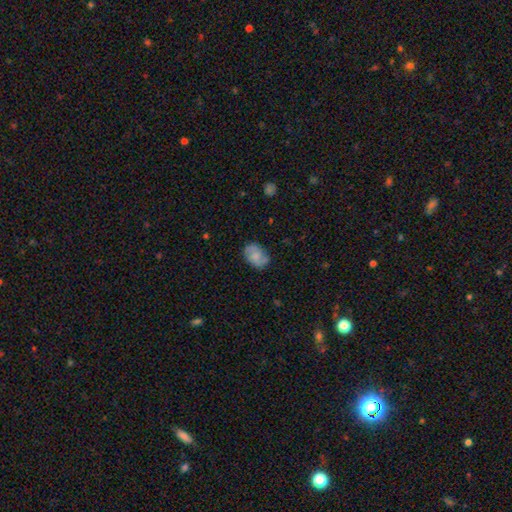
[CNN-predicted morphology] The model was most divided on "smooth or featured": smooth: 67%, featured or disk: 26%, star or artifact: 8%. More confident: how rounded — in between (76%); merging — none (72%).